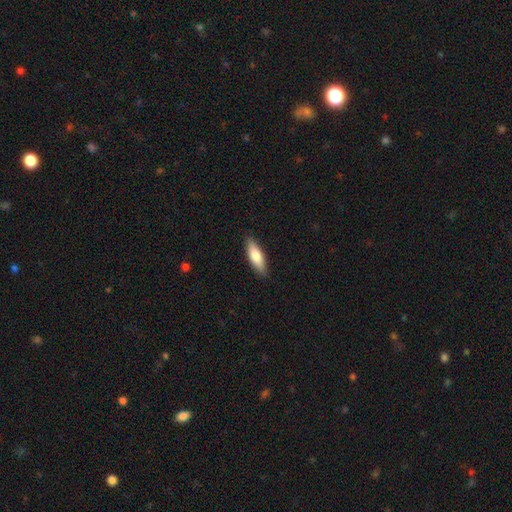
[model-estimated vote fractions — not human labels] smooth-or-featured: smooth: 74% | featured or disk: 21% | star or artifact: 5%
  how-rounded: in between: 53% | cigar-shaped: 45% | round: 2%
  merging: none: 88% | minor disturbance: 9% | major disturbance: 2% | merger: 1%